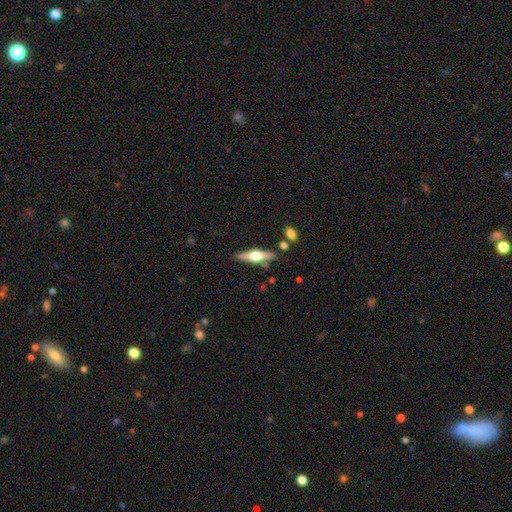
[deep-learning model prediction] This is likely a featured or disk galaxy (63%). It is clearly viewed edge-on (95%). Edge-on bulge: clearly rounded (94%). Merging: clearly none (82%).